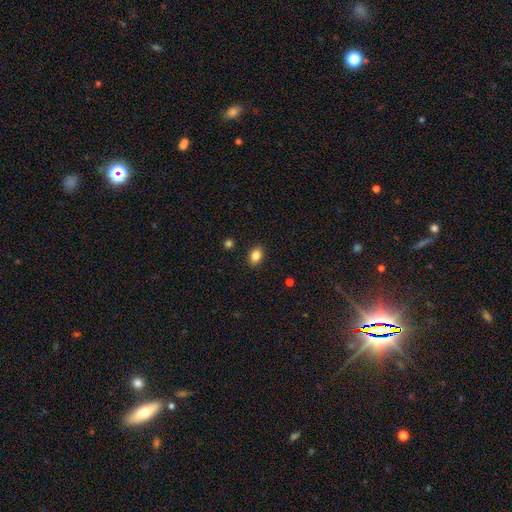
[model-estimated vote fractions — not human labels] smooth_or_featured: smooth (p=0.85) [alt: star or artifact p=0.09]
how_rounded: in between (p=0.79) [alt: round p=0.19]
merging: none (p=0.89) [alt: minor disturbance p=0.08]